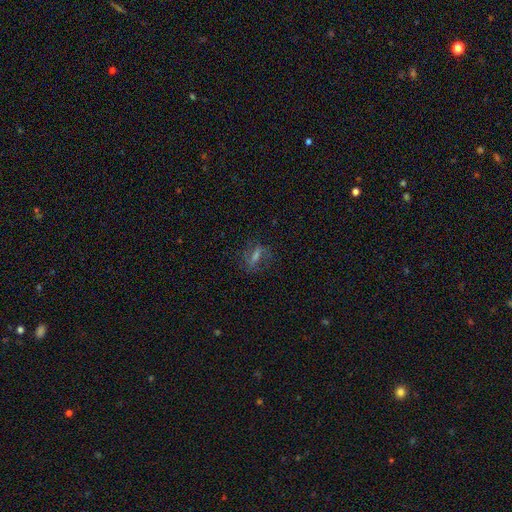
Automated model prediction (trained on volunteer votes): Smooth or featured? featured or disk (46%)
Merging? none (72%)